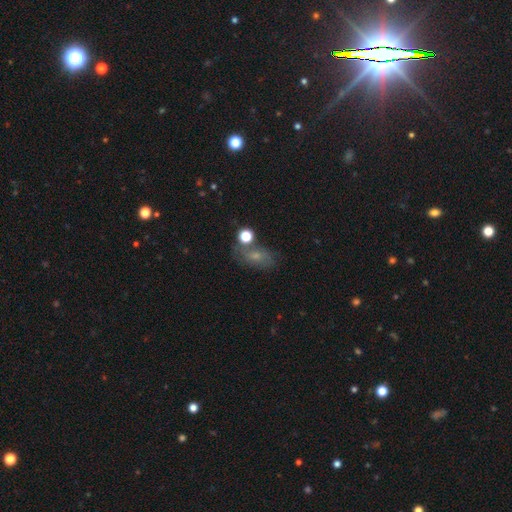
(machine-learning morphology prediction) smooth 54%, featured or disk 27%, star or artifact 19%. Down the decision tree: how rounded — in between (76%); merging — none (58%).